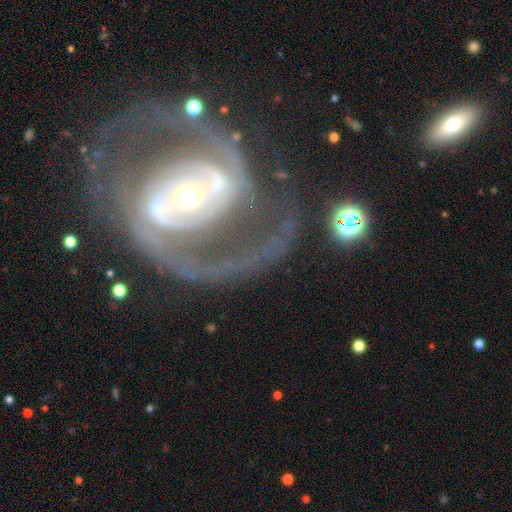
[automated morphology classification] This is clearly a featured or disk galaxy (89%). It is clearly not viewed edge-on (97%). Bar: marginally no (42%). Spiral arm pattern: clearly yes (93%). Spiral arm count: likely 2 (80%). Spiral winding: possibly medium (50%). Central bulge: possibly small (51%). Merging: possibly none (59%).